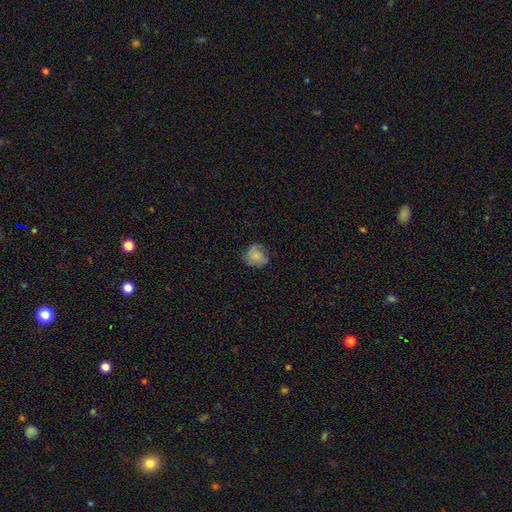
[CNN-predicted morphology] type=smooth (78%); roundness=round (72%); merging=none (66%).